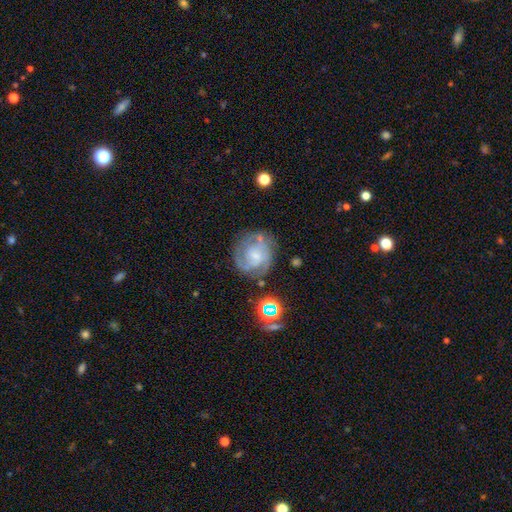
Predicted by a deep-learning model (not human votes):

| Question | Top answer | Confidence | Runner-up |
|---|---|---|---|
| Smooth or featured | featured or disk | 72% | smooth (20%) |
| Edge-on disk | no | 98% | yes (2%) |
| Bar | no | 61% | weak (33%) |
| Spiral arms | yes | 85% | no (15%) |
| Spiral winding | tight | 50% | medium (38%) |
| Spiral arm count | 2 | 36% | can't tell (32%) |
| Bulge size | small | 54% | moderate (29%) |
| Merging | none | 62% | minor disturbance (21%) |